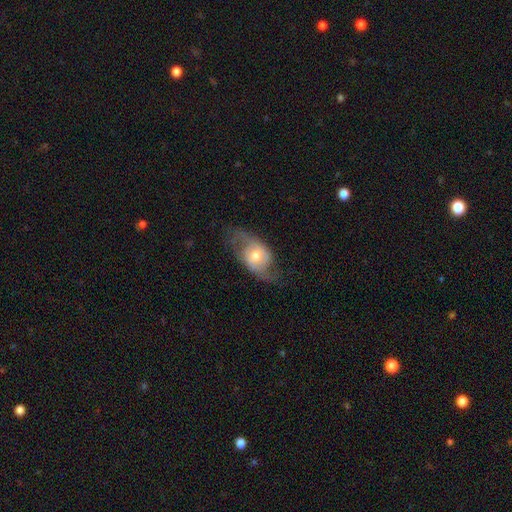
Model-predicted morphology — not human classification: featured or disk 72%, smooth 22%, star or artifact 6%. Down the decision tree: edge-on disk — no (94%); bar — no (60%); spiral arms — yes (86%); spiral arm count — 2 (86%); spiral winding — loose (48%); bulge size — moderate (64%); merging — none (63%).